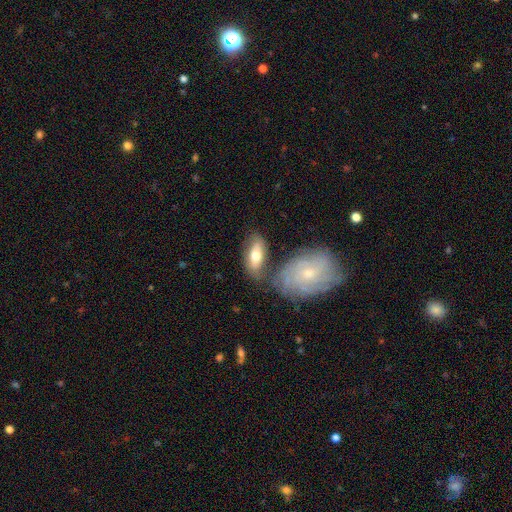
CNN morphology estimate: Smooth or featured?
  - smooth: 57% *
  - featured or disk: 37%
  - star or artifact: 6%
How rounded?
  - in between: 80% *
  - cigar-shaped: 16%
  - round: 4%
Merging?
  - none: 63% *
  - merger: 16%
  - minor disturbance: 16%
  - major disturbance: 6%